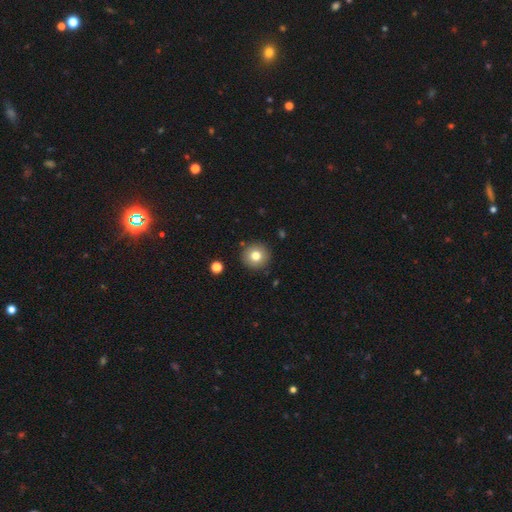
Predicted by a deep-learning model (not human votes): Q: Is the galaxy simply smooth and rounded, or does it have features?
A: smooth — 78%.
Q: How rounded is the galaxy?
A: round — 94%.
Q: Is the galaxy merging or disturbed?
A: none — 89%.